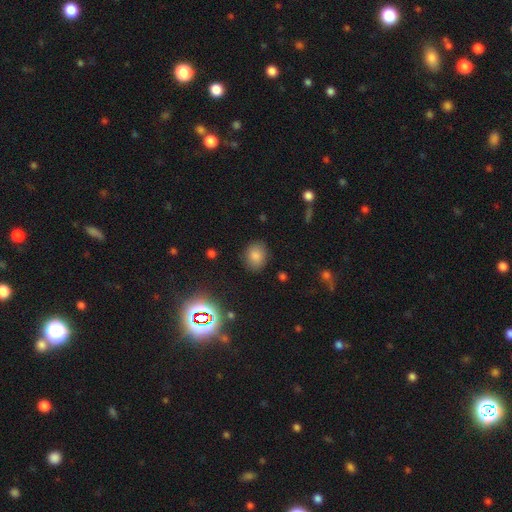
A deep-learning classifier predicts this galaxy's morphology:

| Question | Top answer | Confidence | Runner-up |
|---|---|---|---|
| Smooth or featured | smooth | 81% | star or artifact (12%) |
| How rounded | round | 53% | in between (46%) |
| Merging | none | 85% | minor disturbance (11%) |